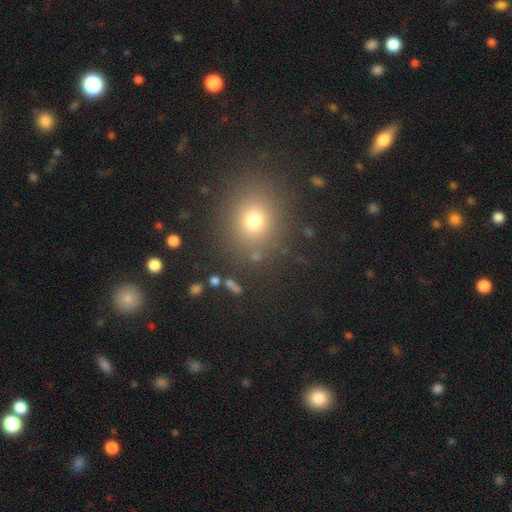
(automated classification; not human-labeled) smooth_or_featured: smooth (p=0.71) [alt: star or artifact p=0.21]
how_rounded: round (p=0.75) [alt: in between p=0.24]
merging: none (p=0.86) [alt: minor disturbance p=0.08]